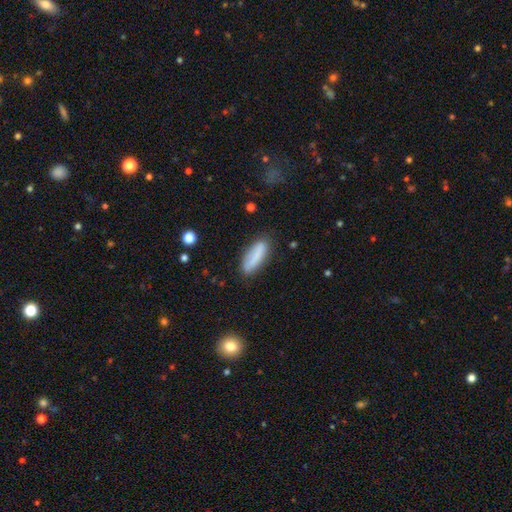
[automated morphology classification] type=smooth (78%); roundness=in between (50%); merging=none (79%).